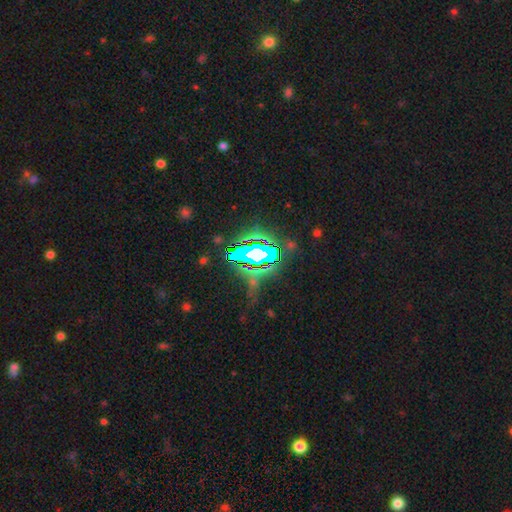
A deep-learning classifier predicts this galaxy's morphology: A star or artifact, not a galaxy (70%).

Vote fractions:
- Smooth or featured? star or artifact: 70% / featured or disk: 16% / smooth: 14%